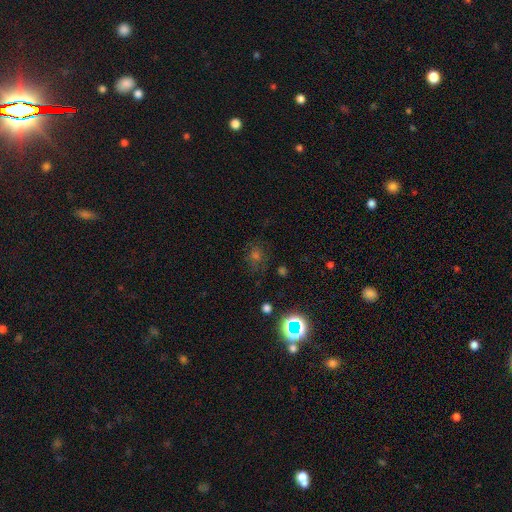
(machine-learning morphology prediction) A smooth galaxy with no disk features (42%). Merging: none (77%).